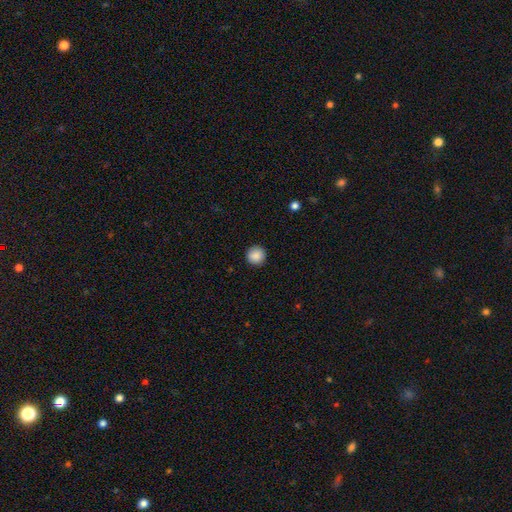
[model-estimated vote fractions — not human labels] smooth_or_featured: smooth (p=0.89) [alt: star or artifact p=0.09]
how_rounded: round (p=0.95) [alt: in between p=0.04]
merging: none (p=0.92) [alt: minor disturbance p=0.05]